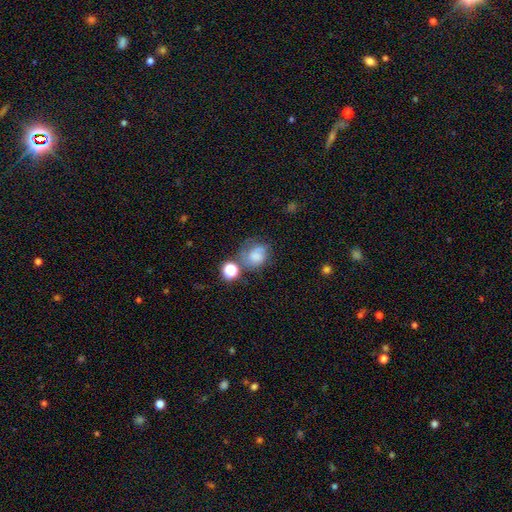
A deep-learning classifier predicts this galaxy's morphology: The model was most divided on "merging": none: 41%, minor disturbance: 24%, major disturbance: 19%, merger: 15%. More confident: how rounded — round (64%); smooth or featured — smooth (64%).